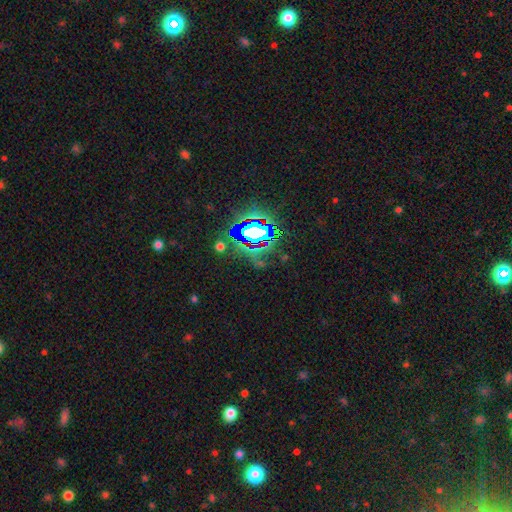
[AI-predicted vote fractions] Smooth or featured? star or artifact (79%)